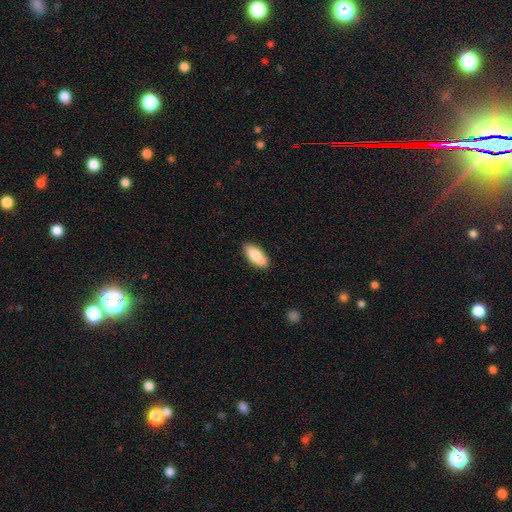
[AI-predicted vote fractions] Q: Smooth or featured?
A: smooth (81%); runner-up: featured or disk (13%)
Q: How rounded?
A: in between (87%); runner-up: cigar-shaped (11%)
Q: Merging?
A: none (86%); runner-up: minor disturbance (11%)